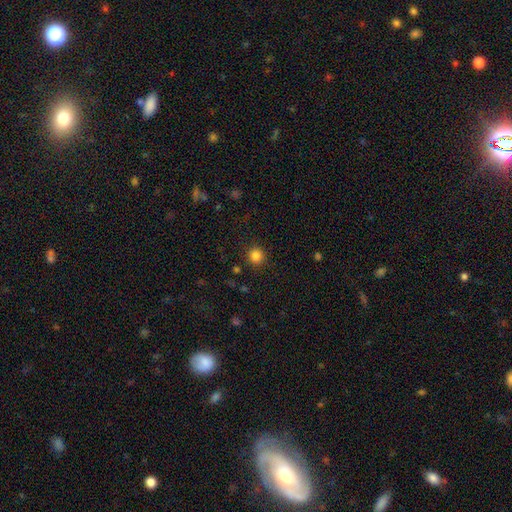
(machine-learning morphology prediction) smooth-or-featured: smooth: 84% | star or artifact: 12% | featured or disk: 4%
  how-rounded: round: 93% | in between: 6% | cigar-shaped: 1%
  merging: none: 90% | minor disturbance: 6% | major disturbance: 2% | merger: 1%